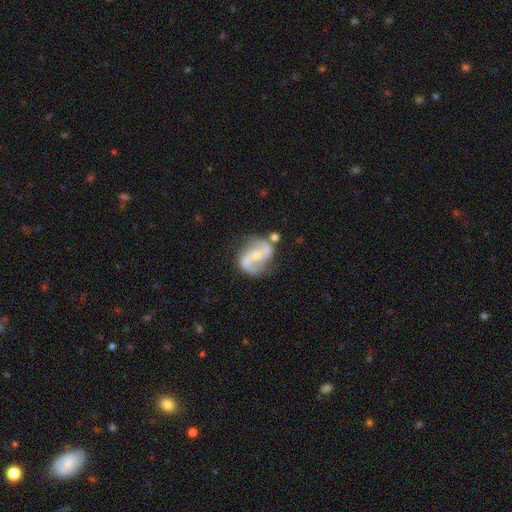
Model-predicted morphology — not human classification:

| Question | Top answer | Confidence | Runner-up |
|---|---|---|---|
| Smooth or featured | featured or disk | 86% | smooth (9%) |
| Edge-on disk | no | 97% | yes (3%) |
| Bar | no | 39% | weak (33%) |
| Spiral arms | yes | 95% | no (5%) |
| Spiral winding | loose | 50% | medium (39%) |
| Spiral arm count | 2 | 92% | can't tell (3%) |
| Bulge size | small | 57% | moderate (38%) |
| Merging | none | 70% | minor disturbance (17%) |